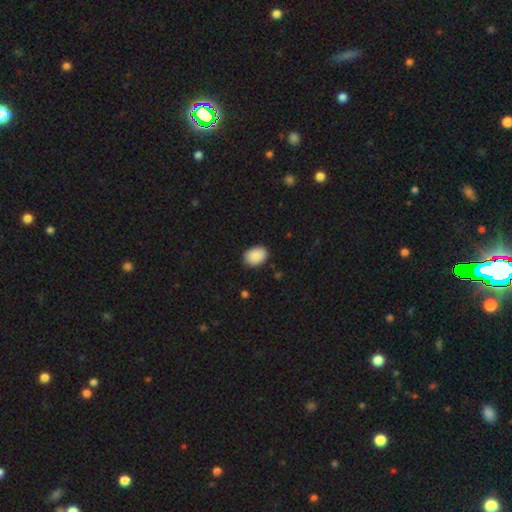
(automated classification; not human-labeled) This appears to be a smooth galaxy with no disk features (90%) that is in between round and cigar-shaped (70%). Merging: none (85%).